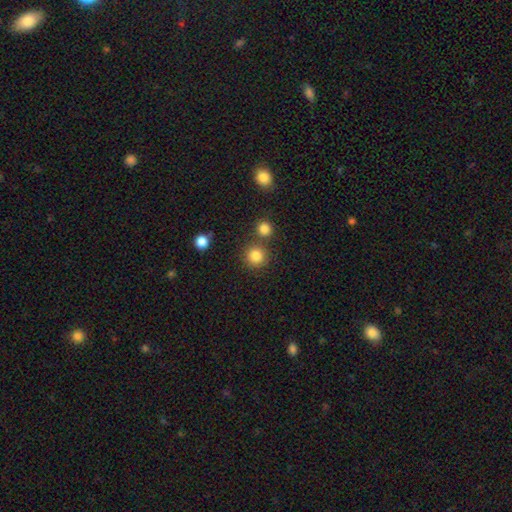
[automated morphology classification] smooth 83%, star or artifact 12%, featured or disk 5%. Down the decision tree: how rounded — round (93%); merging — none (77%).